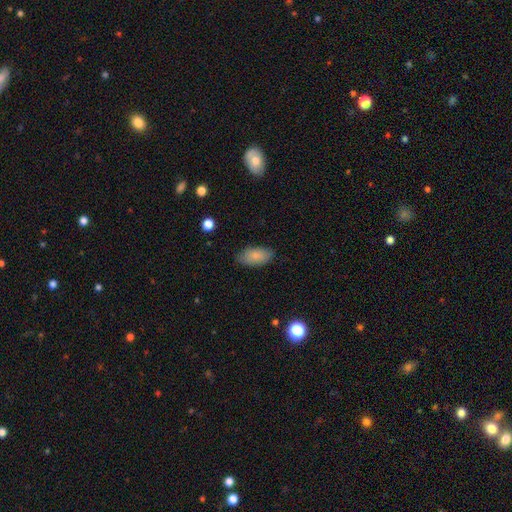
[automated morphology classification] This is clearly a smooth galaxy (85%). How rounded: clearly in between (93%). Merging: clearly none (82%).